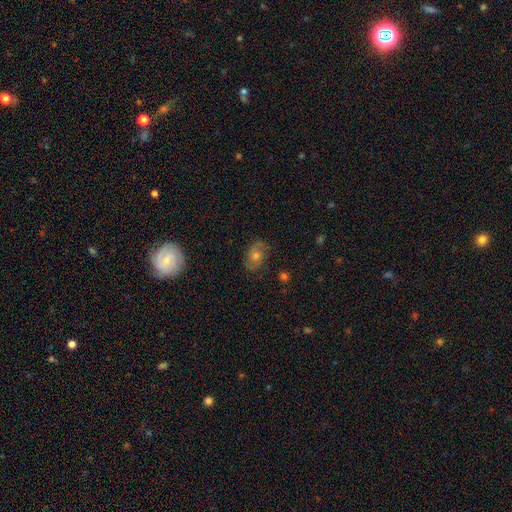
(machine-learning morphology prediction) This is possibly a featured or disk galaxy (59%). It is clearly not viewed edge-on (95%). Bar: likely no (70%). Spiral arm pattern: clearly yes (86%). Central bulge: likely moderate (62%). Merging: likely none (77%).